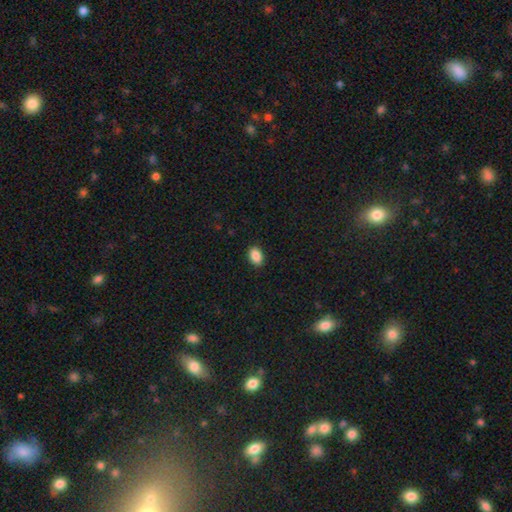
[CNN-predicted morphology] Overall: smooth (89%). How rounded: in between (84%). Merging: none (89%).